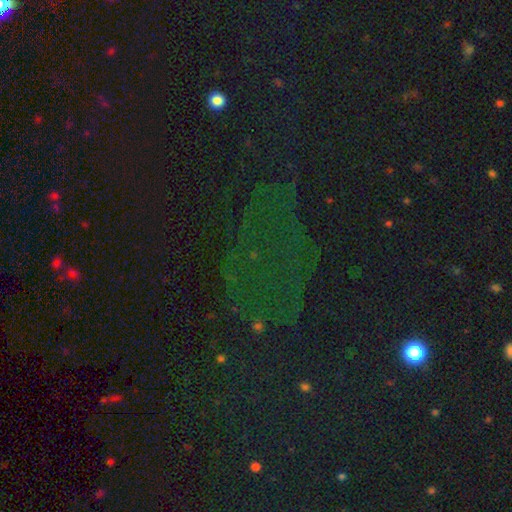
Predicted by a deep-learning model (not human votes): A star or artifact, not a galaxy (67%).

Vote fractions:
- Smooth or featured? star or artifact: 67% / smooth: 19% / featured or disk: 14%